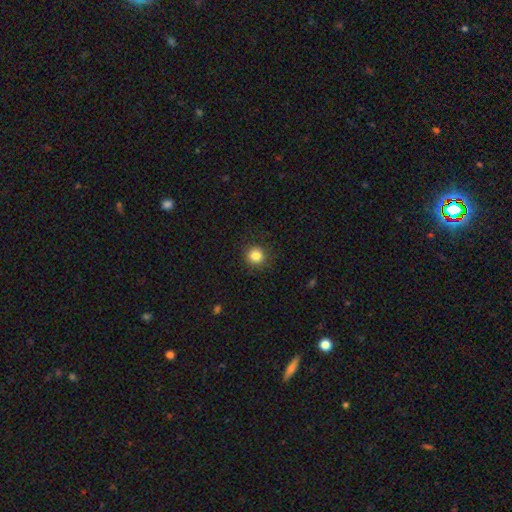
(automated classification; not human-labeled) Smooth or featured?
  - smooth: 84% *
  - star or artifact: 11%
  - featured or disk: 5%
How rounded?
  - round: 93% *
  - in between: 6%
  - cigar-shaped: 1%
Merging?
  - none: 89% *
  - minor disturbance: 7%
  - major disturbance: 3%
  - merger: 1%